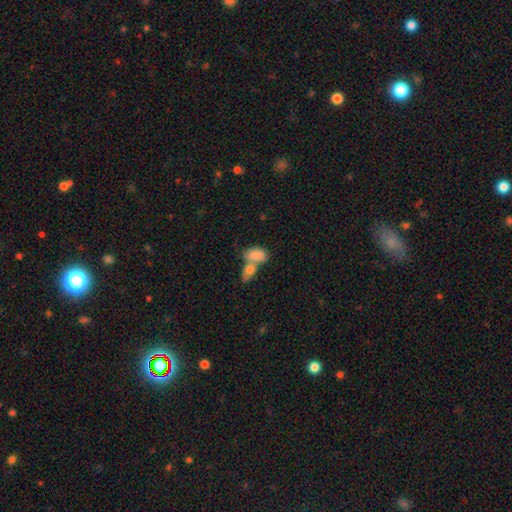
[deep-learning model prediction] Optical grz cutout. It shows a smooth galaxy with no disk features (83%) that is in between round and cigar-shaped (90%). Merging: merger (62%).